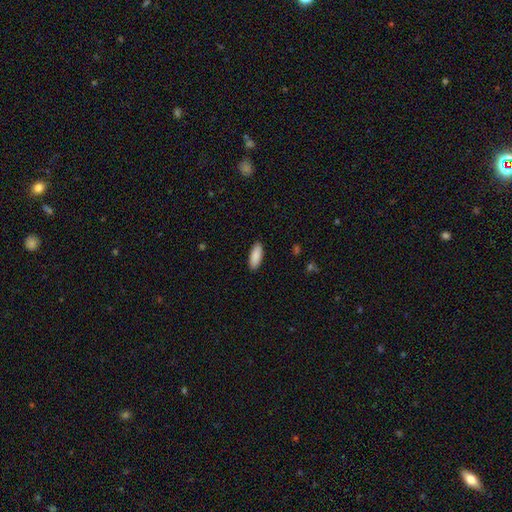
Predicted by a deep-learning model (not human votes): Smooth or featured? smooth (90%)
How rounded? in between (76%)
Merging? none (90%)